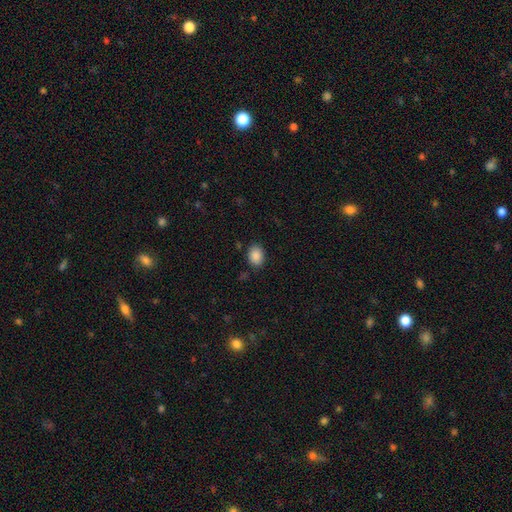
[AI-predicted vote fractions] Smooth or featured?
  - smooth: 88% *
  - star or artifact: 8%
  - featured or disk: 4%
How rounded?
  - in between: 69% *
  - round: 30%
  - cigar-shaped: 1%
Merging?
  - none: 86% *
  - minor disturbance: 10%
  - major disturbance: 3%
  - merger: 2%